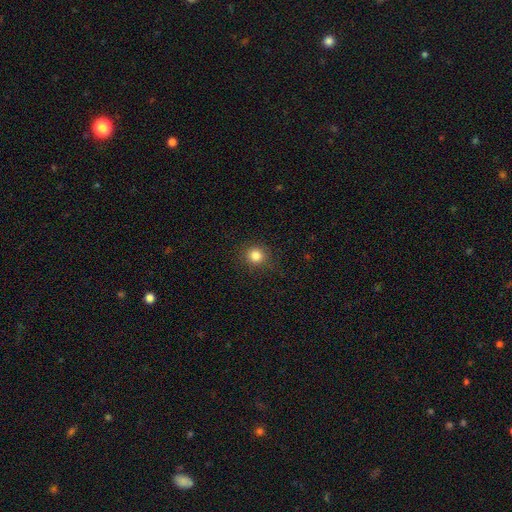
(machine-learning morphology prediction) This is clearly a smooth galaxy (83%). How rounded: clearly round (92%). Merging: clearly none (89%).